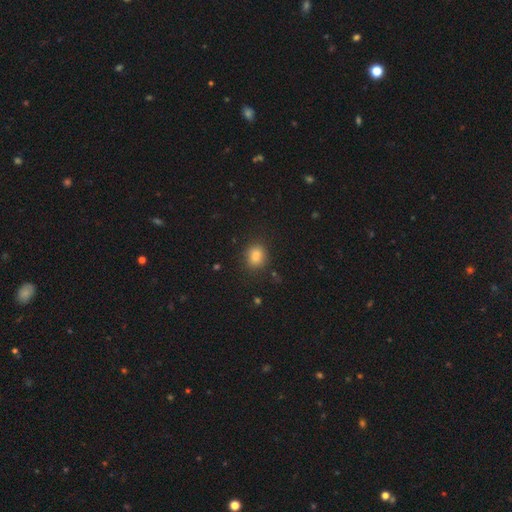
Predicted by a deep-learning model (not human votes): Smooth or featured?
  - smooth: 84% *
  - star or artifact: 12%
  - featured or disk: 5%
How rounded?
  - round: 57% *
  - in between: 41%
  - cigar-shaped: 1%
Merging?
  - none: 84% *
  - minor disturbance: 11%
  - major disturbance: 3%
  - merger: 2%